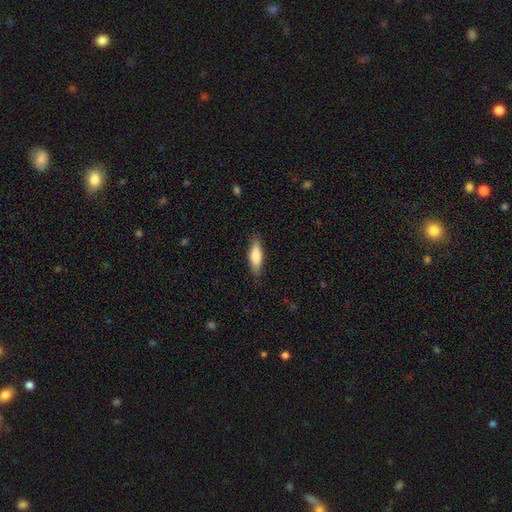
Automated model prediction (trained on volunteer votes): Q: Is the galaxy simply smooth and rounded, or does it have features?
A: smooth — 73%.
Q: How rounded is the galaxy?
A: in between — 51%.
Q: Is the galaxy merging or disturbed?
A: none — 83%.